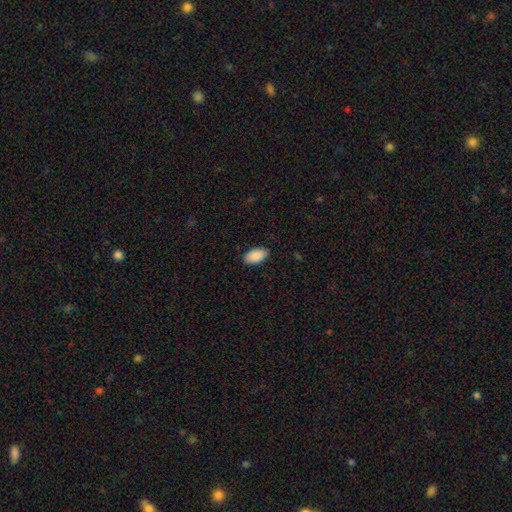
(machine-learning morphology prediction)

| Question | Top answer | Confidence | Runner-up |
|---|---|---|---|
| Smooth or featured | smooth | 91% | star or artifact (6%) |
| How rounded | in between | 96% | round (3%) |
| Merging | none | 89% | minor disturbance (8%) |